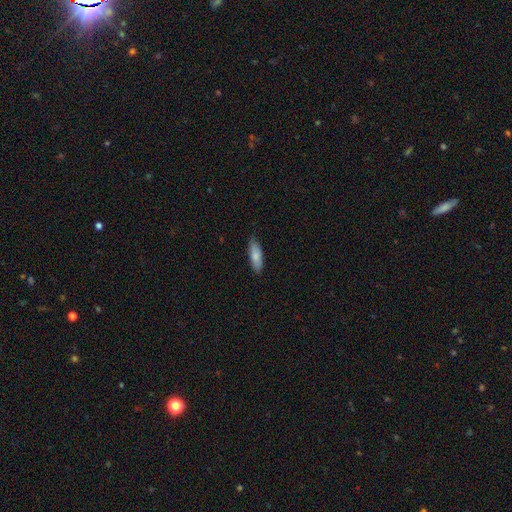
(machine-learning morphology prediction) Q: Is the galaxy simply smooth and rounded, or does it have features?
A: smooth — 82%.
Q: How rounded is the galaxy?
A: in between — 56%.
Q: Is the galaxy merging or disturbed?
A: none — 86%.